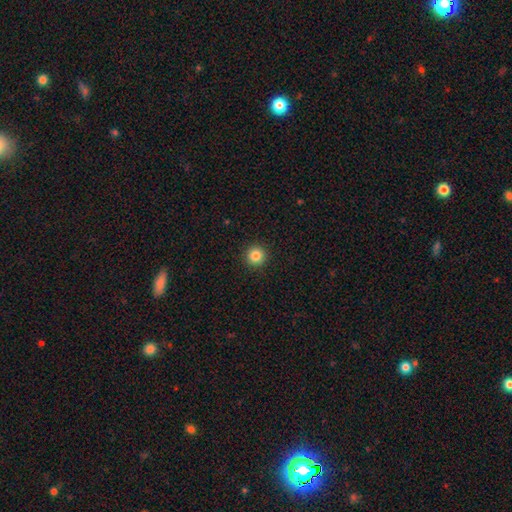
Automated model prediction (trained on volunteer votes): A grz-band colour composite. It shows a smooth galaxy with no disk features (84%) that is round (96%). Merging: none (93%).